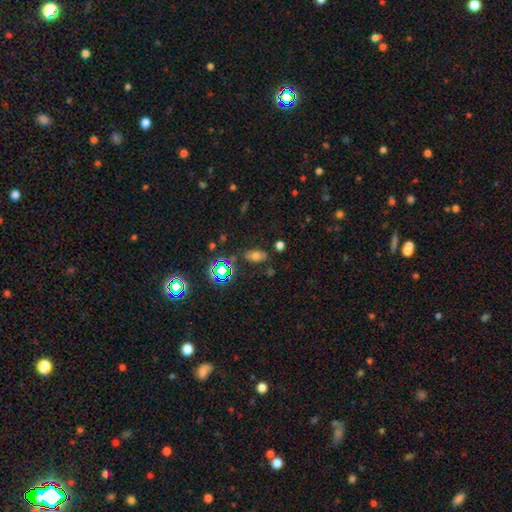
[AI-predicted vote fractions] Smooth or featured? Predicted: smooth (p=0.63). How rounded? Predicted: in between (p=0.86). Merging? Predicted: none (p=0.75).